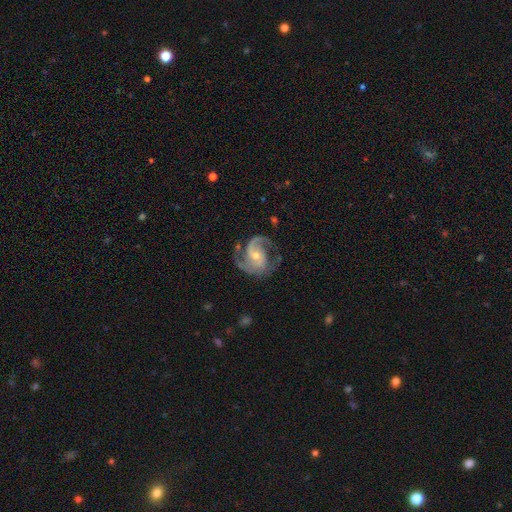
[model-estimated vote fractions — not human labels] featured or disk 90%, smooth 5%, star or artifact 5%. Down the decision tree: edge-on disk — no (98%); bar — no (46%); spiral arms — yes (97%); spiral arm count — 2 (82%); spiral winding — medium (57%); bulge size — small (54%); merging — none (70%).